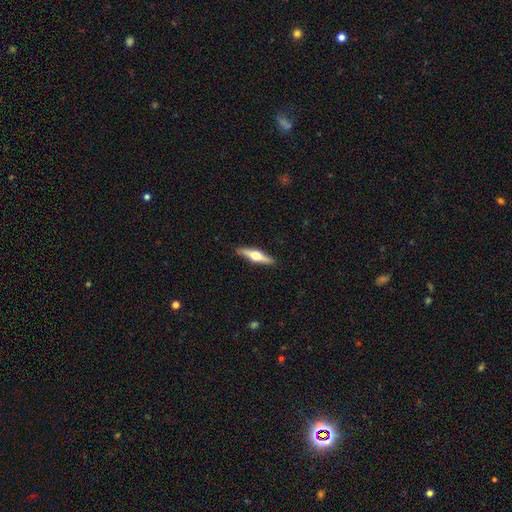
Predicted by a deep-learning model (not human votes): This appears to be a featured or disk galaxy (66%) viewed edge-on (96%) with a rounded central bulge (96%). Merging: none (90%).